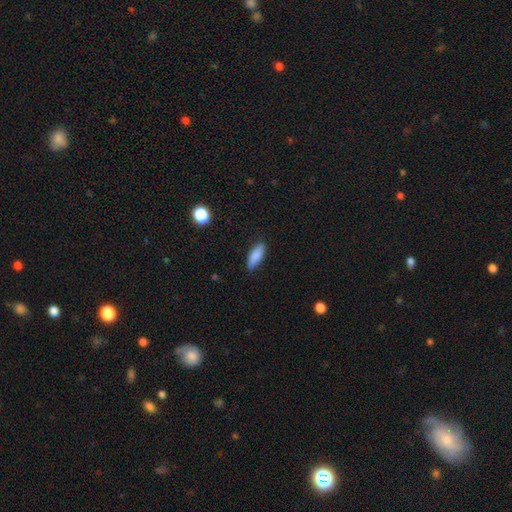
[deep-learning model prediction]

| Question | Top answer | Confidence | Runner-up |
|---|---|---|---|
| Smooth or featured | smooth | 86% | featured or disk (7%) |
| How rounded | in between | 64% | cigar-shaped (34%) |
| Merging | none | 81% | minor disturbance (15%) |